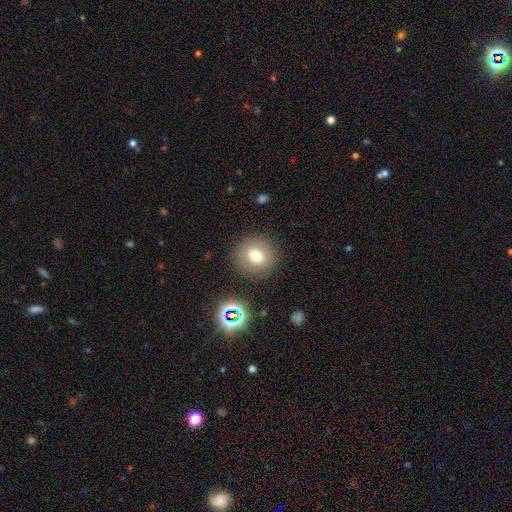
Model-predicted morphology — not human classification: Smooth or featured: smooth — 73% (featured or disk — 14%)
How rounded: round — 89% (in between — 10%)
Merging: none — 86% (minor disturbance — 8%)